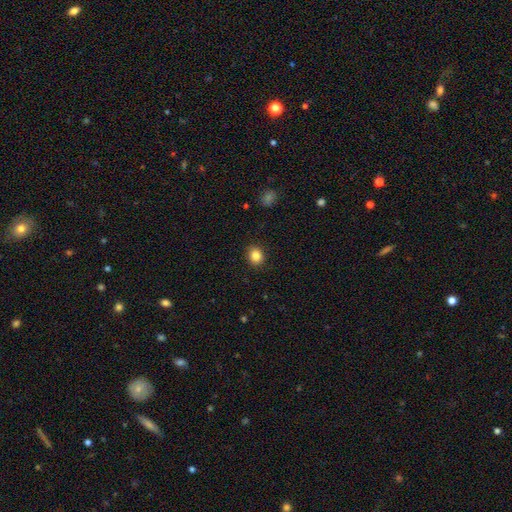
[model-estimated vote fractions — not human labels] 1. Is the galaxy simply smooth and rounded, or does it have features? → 85% smooth, 10% star or artifact, 5% featured or disk.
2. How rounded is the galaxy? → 68% round, 31% in between, 1% cigar-shaped.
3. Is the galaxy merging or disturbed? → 89% none, 8% minor disturbance, 2% major disturbance, 1% merger.